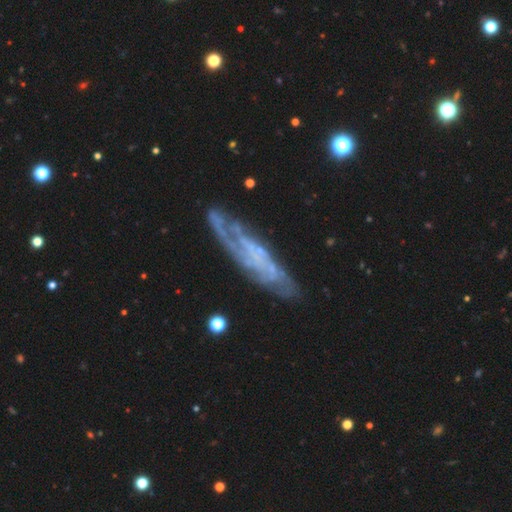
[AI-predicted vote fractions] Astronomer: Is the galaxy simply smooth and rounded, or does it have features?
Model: featured or disk — 78%.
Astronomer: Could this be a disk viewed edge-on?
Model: no — 72%.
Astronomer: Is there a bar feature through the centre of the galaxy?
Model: no — 60%.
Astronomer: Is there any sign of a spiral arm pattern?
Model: yes — 86%.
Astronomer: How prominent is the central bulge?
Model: none — 55% (runner-up: small, 34%).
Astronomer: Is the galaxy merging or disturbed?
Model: none — 68%.